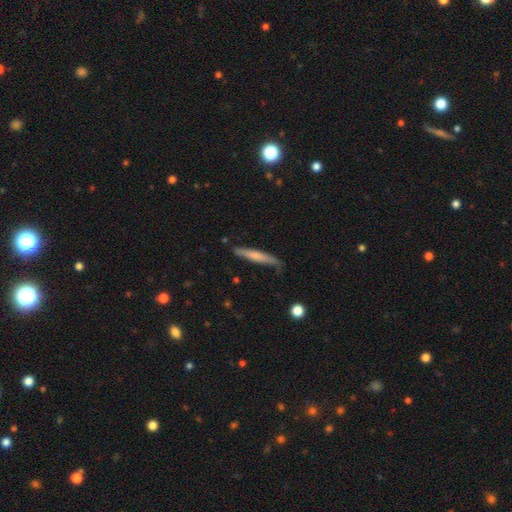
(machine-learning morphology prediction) This is likely a smooth galaxy (64%). How rounded: clearly cigar-shaped (93%). Merging: likely none (71%).